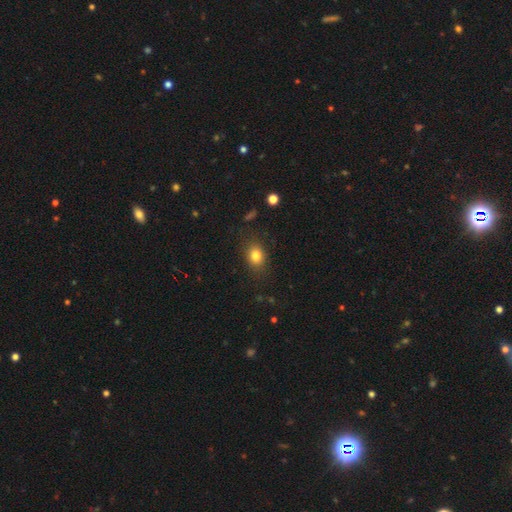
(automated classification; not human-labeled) Morphology: type=smooth (81%); roundness=in between (61%); merging=none (82%).